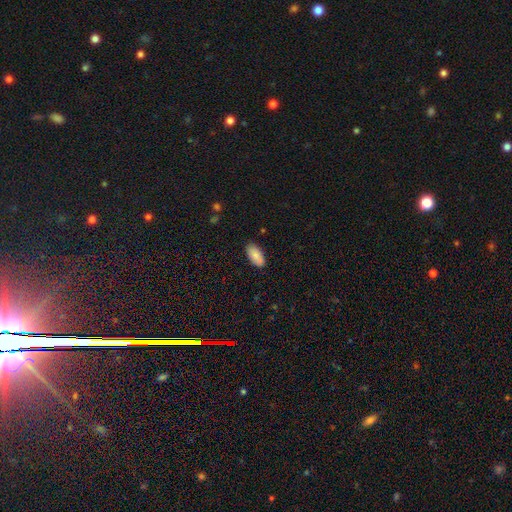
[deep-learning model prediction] This appears to be a smooth galaxy with no disk features (85%) that is in between round and cigar-shaped (93%). Merging: none (84%).